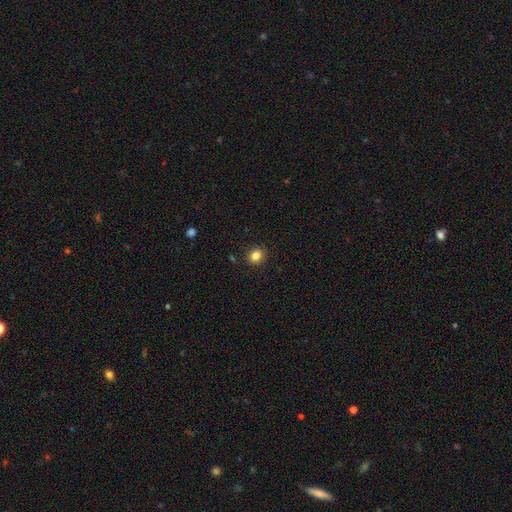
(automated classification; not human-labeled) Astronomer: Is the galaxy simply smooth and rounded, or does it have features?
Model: smooth — 84%.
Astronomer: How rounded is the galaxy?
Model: round — 75%.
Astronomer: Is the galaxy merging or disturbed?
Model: none — 90%.